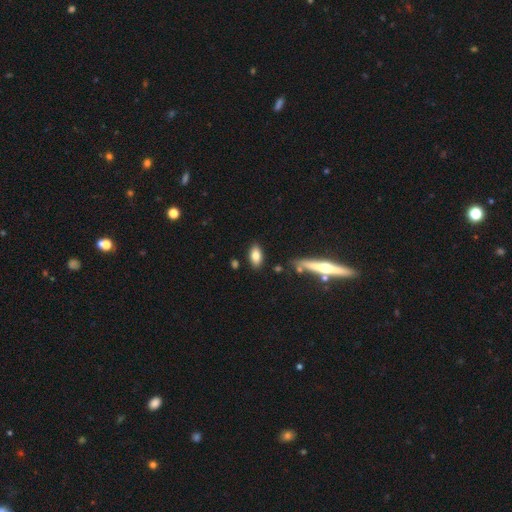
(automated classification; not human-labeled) This is likely a smooth galaxy (79%). How rounded: clearly in between (89%). Merging: clearly none (84%).